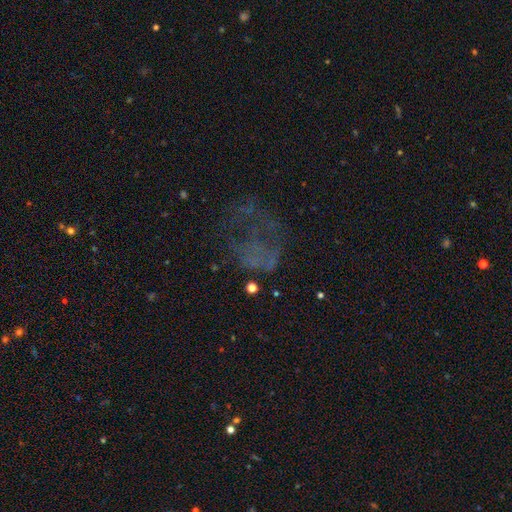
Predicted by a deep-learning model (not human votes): Smooth or featured?
  - featured or disk: 42% *
  - star or artifact: 30%
  - smooth: 27%
Merging?
  - major disturbance: 45% *
  - none: 37%
  - minor disturbance: 14%
  - merger: 5%